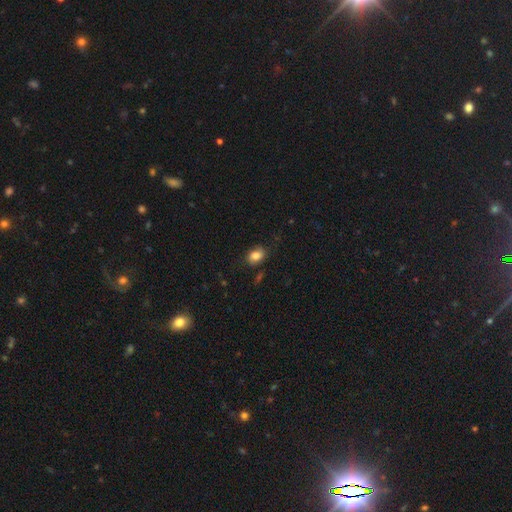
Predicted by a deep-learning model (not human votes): This is clearly a smooth galaxy (82%). How rounded: likely in between (73%). Merging: likely none (72%).